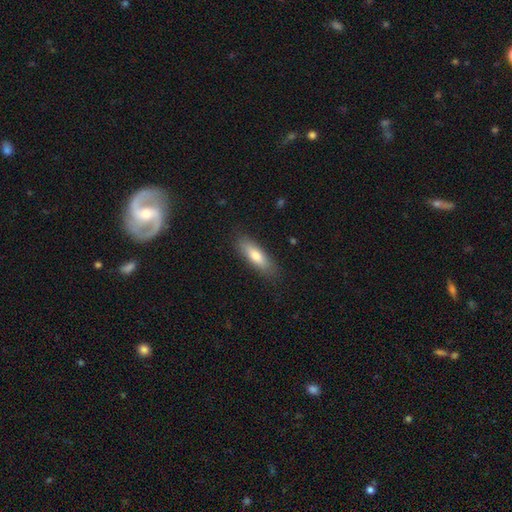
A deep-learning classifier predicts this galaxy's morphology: Smooth or featured?
  - smooth: 76% *
  - featured or disk: 18%
  - star or artifact: 6%
How rounded?
  - cigar-shaped: 52% *
  - in between: 46%
  - round: 2%
Merging?
  - none: 84% *
  - minor disturbance: 12%
  - major disturbance: 3%
  - merger: 1%